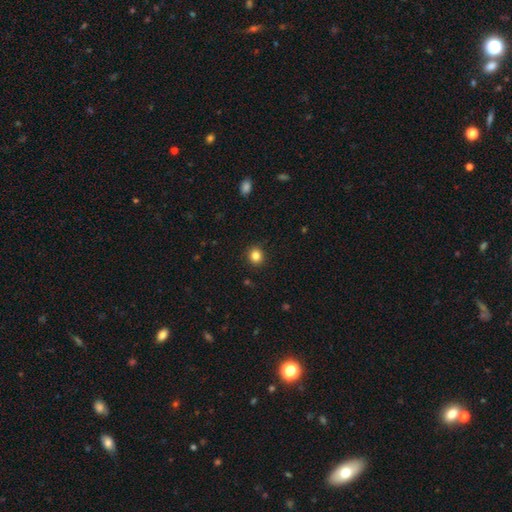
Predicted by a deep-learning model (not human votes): This is clearly a smooth galaxy (83%). How rounded: clearly round (86%). Merging: clearly none (92%).